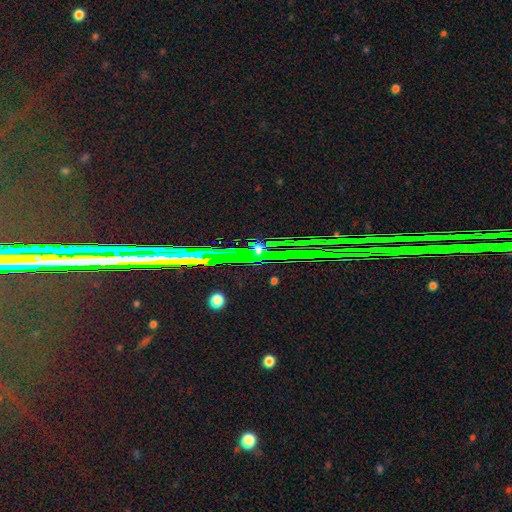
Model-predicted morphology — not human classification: This appears to be a star or artifact, not a galaxy (55%).